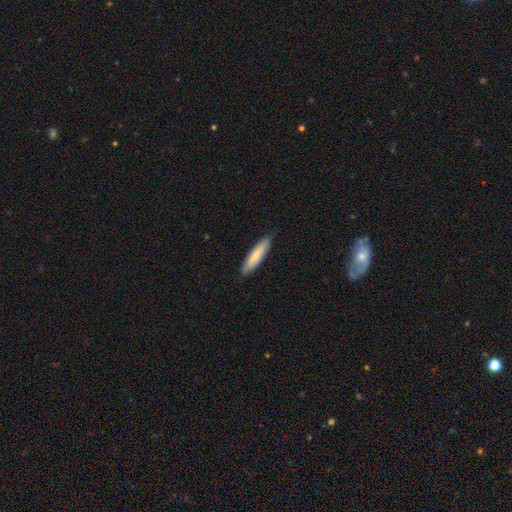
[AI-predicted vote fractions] A smooth galaxy with no disk features (77%) that is cigar-shaped (77%).

Vote fractions:
- Smooth or featured? smooth: 77% / featured or disk: 18% / star or artifact: 5%
- How rounded? cigar-shaped: 77% / in between: 22% / round: 1%
- Merging? none: 88% / minor disturbance: 9% / major disturbance: 2% / merger: 1%